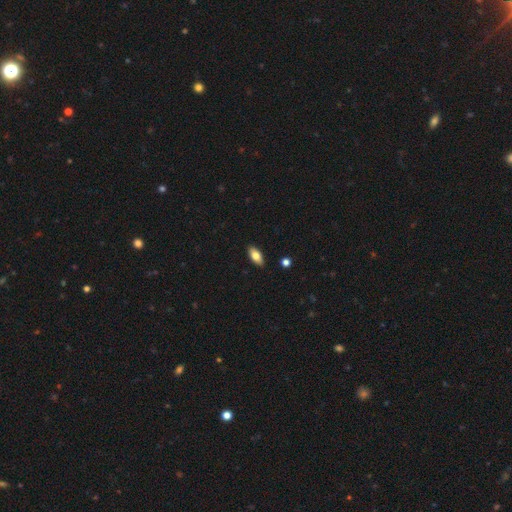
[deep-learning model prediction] smooth-or-featured: smooth: 75% | featured or disk: 18% | star or artifact: 7%
  how-rounded: in between: 87% | cigar-shaped: 10% | round: 2%
  merging: none: 89% | minor disturbance: 8% | major disturbance: 2% | merger: 1%